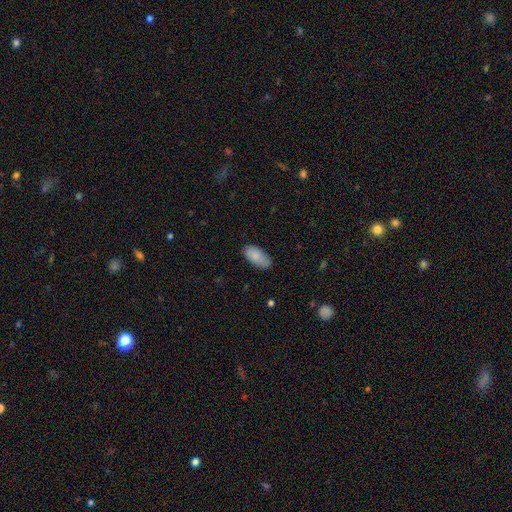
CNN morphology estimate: This appears to be a smooth galaxy with no disk features (84%) that is in between round and cigar-shaped (93%). Merging: none (73%).